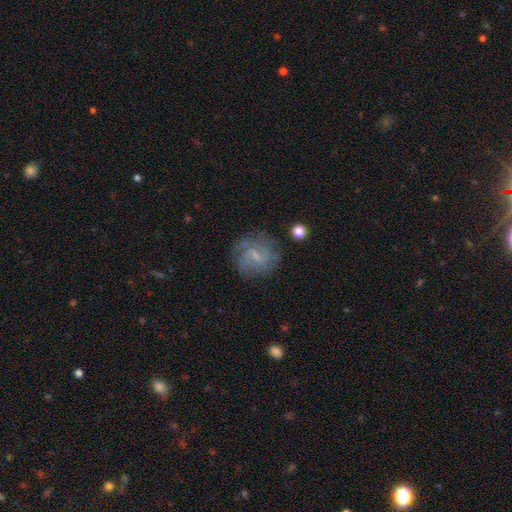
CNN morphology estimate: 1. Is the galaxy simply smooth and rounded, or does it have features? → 62% featured or disk, 28% smooth, 9% star or artifact.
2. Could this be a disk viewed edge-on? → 97% no, 3% yes.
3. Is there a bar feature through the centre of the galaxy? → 59% weak, 25% no, 16% strong.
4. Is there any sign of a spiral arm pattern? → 82% yes, 18% no.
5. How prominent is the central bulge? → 54% small, 25% none, 19% moderate, 1% large, 1% dominant.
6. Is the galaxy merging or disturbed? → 72% none, 17% minor disturbance, 9% major disturbance, 2% merger.